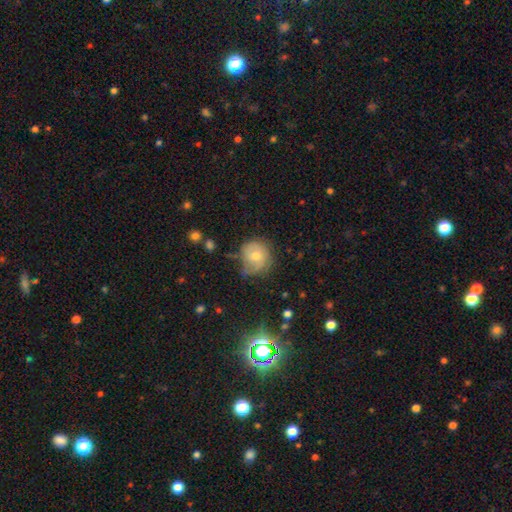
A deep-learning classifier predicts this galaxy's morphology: smooth-or-featured: smooth: 46% (tied) | featured or disk: 46% (tied) | star or artifact: 9%
  merging: none: 49% | minor disturbance: 32% | major disturbance: 16% | merger: 3%